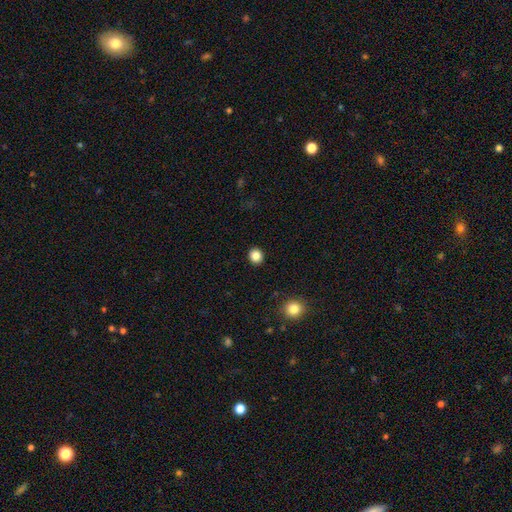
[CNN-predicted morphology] smooth-or-featured: smooth: 85% | star or artifact: 11% | featured or disk: 4%
  how-rounded: round: 84% | in between: 15% | cigar-shaped: 1%
  merging: none: 93% | minor disturbance: 5% | major disturbance: 2% | merger: 1%